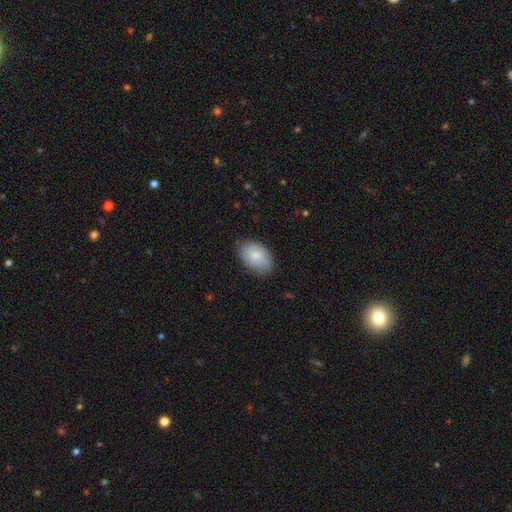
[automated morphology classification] type=smooth (71%); roundness=in between (88%); merging=none (74%).